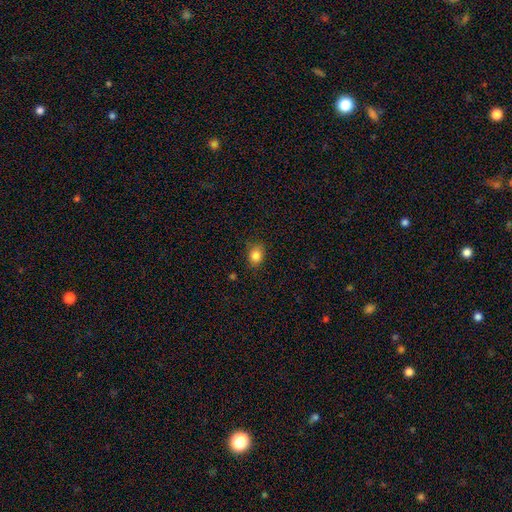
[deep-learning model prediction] Smooth or featured? smooth (85%)
How rounded? in between (51%)
Merging? none (76%)